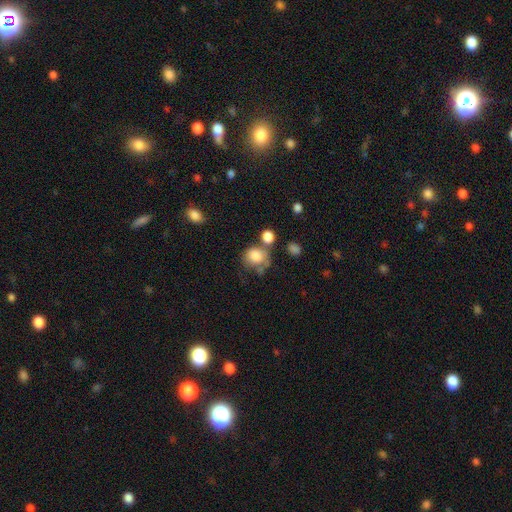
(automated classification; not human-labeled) Smooth or featured? Predicted: smooth (p=0.80). How rounded? Predicted: round (p=0.68). Merging? Predicted: none (p=0.39).